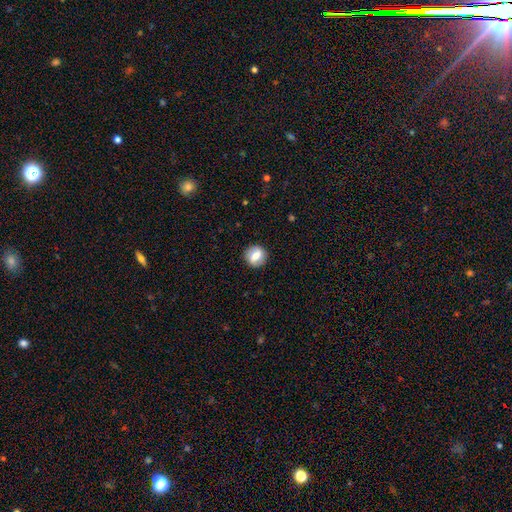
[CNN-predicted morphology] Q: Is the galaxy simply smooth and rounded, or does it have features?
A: smooth — 60%.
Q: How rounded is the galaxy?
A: round — 84%.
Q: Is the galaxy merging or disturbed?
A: none — 89%.